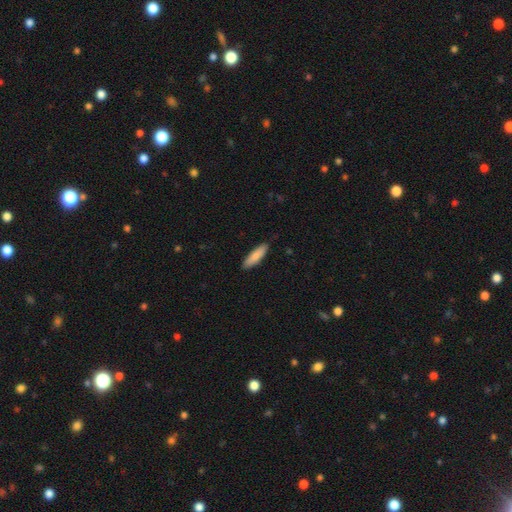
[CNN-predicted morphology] Smooth or featured? smooth (84%)
How rounded? cigar-shaped (64%)
Merging? none (89%)